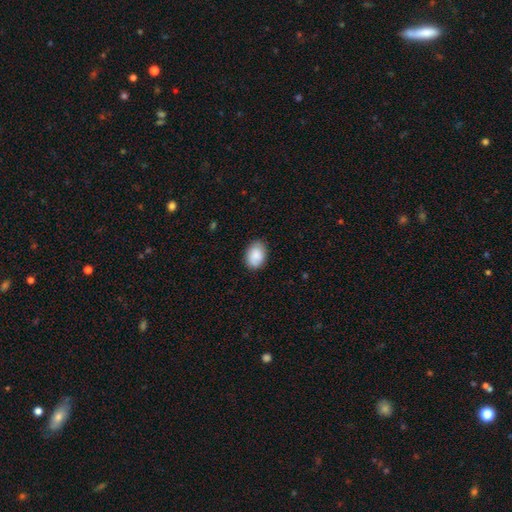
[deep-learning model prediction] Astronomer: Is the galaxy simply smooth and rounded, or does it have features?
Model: smooth — 88%.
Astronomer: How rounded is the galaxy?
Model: in between — 80%.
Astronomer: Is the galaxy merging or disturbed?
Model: none — 83%.